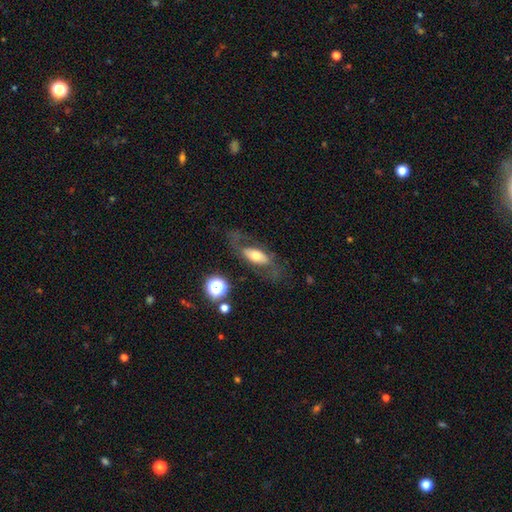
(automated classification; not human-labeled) smooth 47%, featured or disk 44%, star or artifact 8%. Down the decision tree: merging — none (58%).